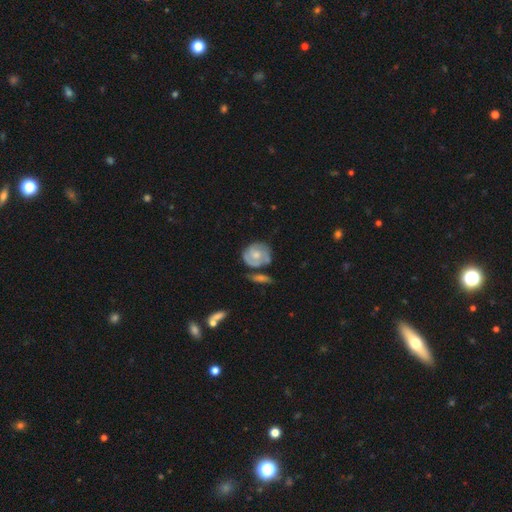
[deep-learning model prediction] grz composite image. It shows a featured or disk galaxy (63%) with no bar (75%), spiral arms (78%) and a moderate central bulge (58%). Merging: none (59%).